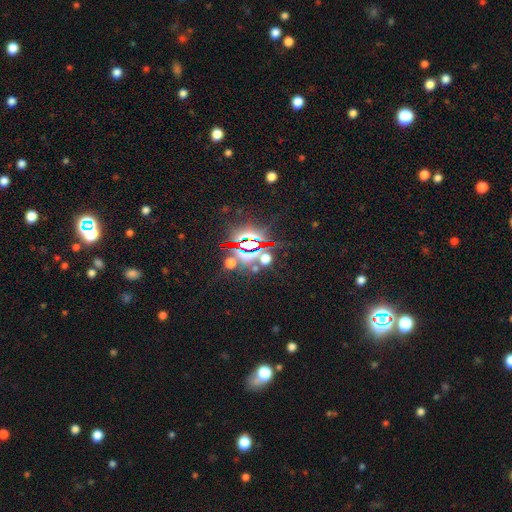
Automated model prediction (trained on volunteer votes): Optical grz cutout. It shows a star or artifact, not a galaxy (84%).